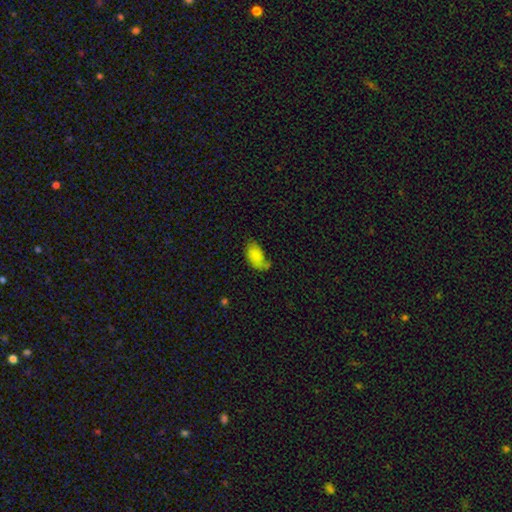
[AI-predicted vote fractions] The model was most divided on "merging": none: 45%, minor disturbance: 32%, major disturbance: 17%, merger: 6%. More confident: how rounded — in between (93%); smooth or featured — smooth (77%).